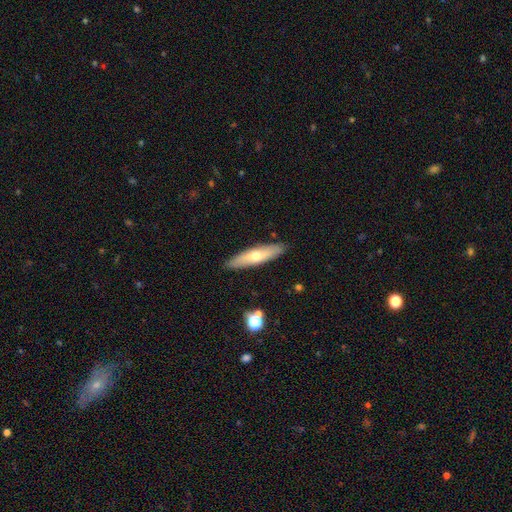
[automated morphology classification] Smooth or featured? Predicted: smooth (p=0.54). How rounded? Predicted: cigar-shaped (p=0.74). Merging? Predicted: none (p=0.88).